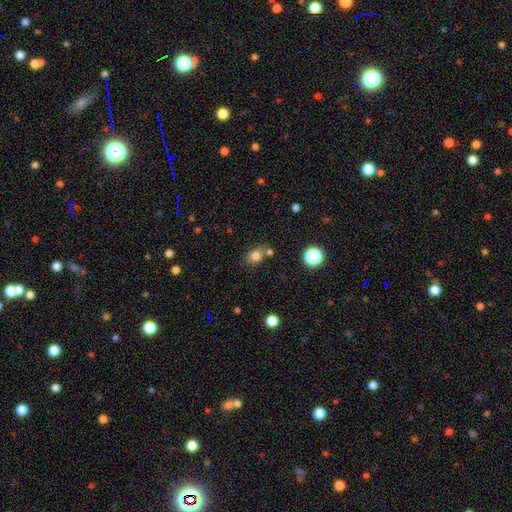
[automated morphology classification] This is likely a smooth galaxy (79%). How rounded: possibly in between (50%). Merging: possibly none (60%).